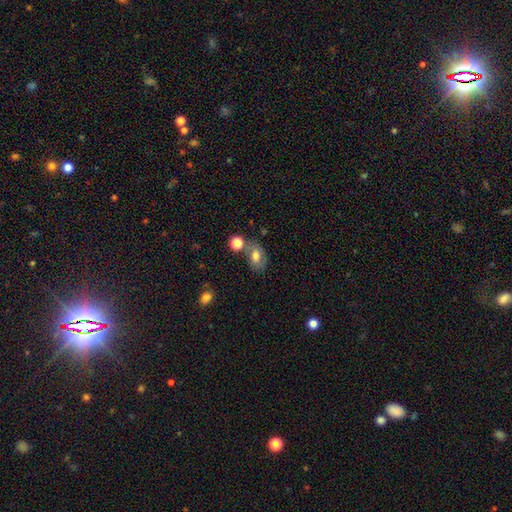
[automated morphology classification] Smooth or featured: smooth — 60% (featured or disk — 29%)
How rounded: in between — 78% (round — 20%)
Merging: none — 53% (merger — 20%)